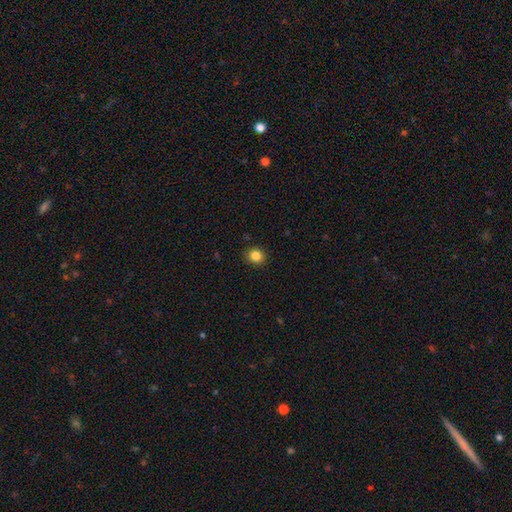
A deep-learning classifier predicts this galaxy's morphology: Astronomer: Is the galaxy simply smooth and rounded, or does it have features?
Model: smooth — 84%.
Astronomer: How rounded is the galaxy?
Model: round — 80%.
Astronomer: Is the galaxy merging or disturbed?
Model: none — 91%.